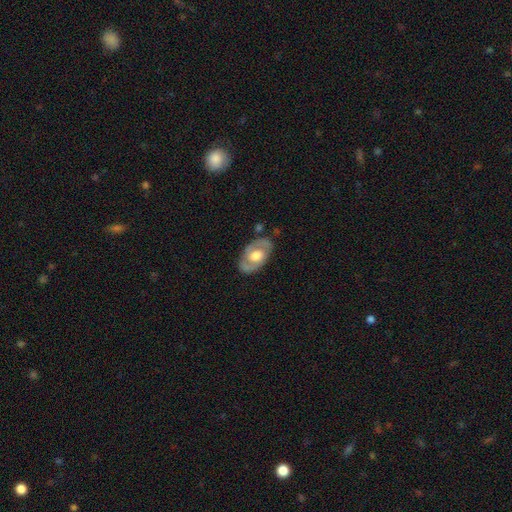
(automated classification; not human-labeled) smooth-or-featured: featured or disk: 67% | smooth: 28% | star or artifact: 5%
  disk-edge-on: no: 93% | yes: 7%
    bar: no: 65% | weak: 28% | strong: 7%
    has-spiral-arms: yes: 59% | no: 41%
    bulge-size: moderate: 50% | large: 41% | small: 5% | dominant: 2% | none: 2%
  merging: none: 78% | minor disturbance: 16% | major disturbance: 5% | merger: 2%